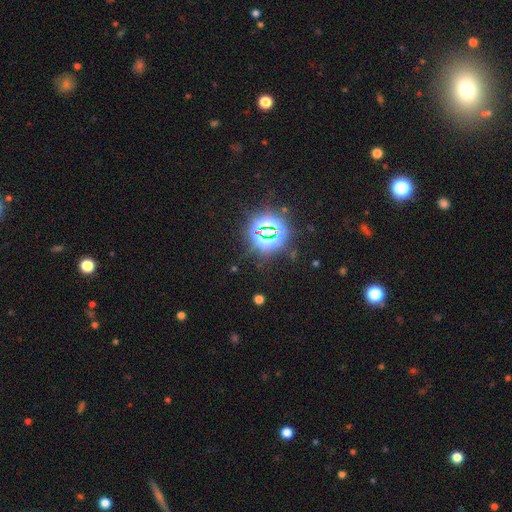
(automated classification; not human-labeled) A star or artifact, not a galaxy (84%).